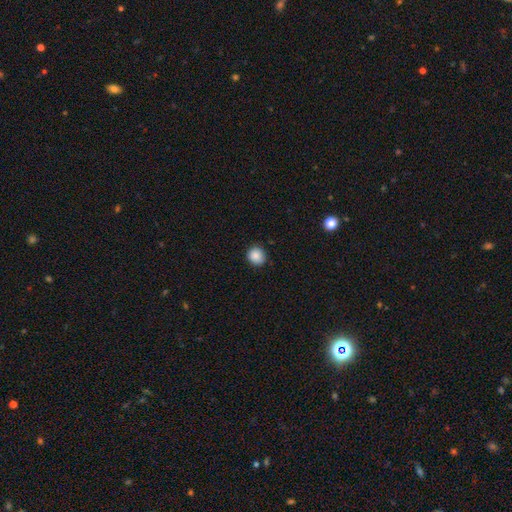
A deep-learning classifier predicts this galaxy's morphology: Smooth or featured?
  - smooth: 86% *
  - star or artifact: 9%
  - featured or disk: 5%
How rounded?
  - round: 87% *
  - in between: 12%
  - cigar-shaped: 1%
Merging?
  - none: 86% *
  - minor disturbance: 11%
  - major disturbance: 2%
  - merger: 1%